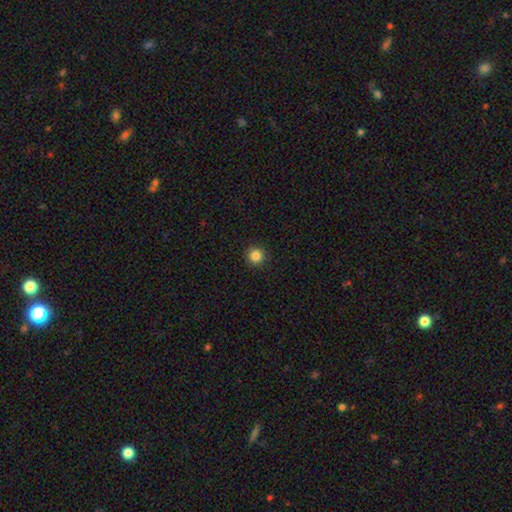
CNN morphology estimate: Smooth or featured? Predicted: smooth (p=0.85). How rounded? Predicted: round (p=0.96). Merging? Predicted: none (p=0.92).